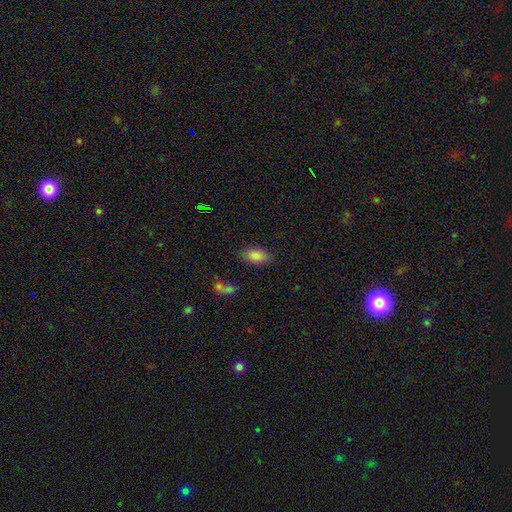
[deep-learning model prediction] This is clearly a smooth galaxy (84%). How rounded: clearly in between (91%). Merging: likely none (78%).